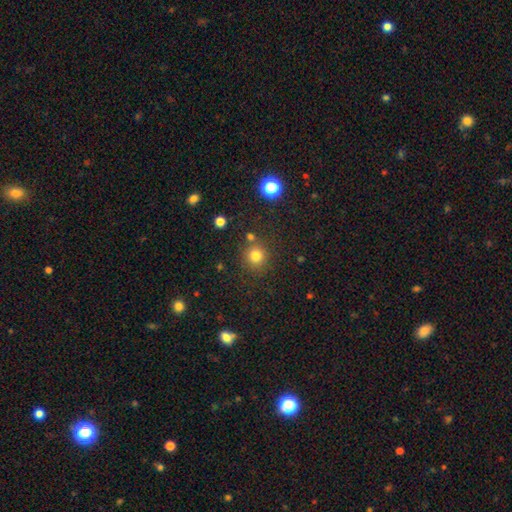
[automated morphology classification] Overall: smooth (79%). How rounded: round (92%). Merging: none (80%).